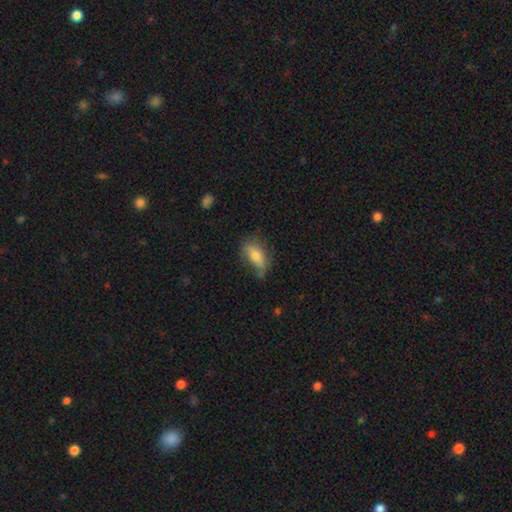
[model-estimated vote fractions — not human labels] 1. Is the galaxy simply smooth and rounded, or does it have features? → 66% smooth, 26% featured or disk, 8% star or artifact.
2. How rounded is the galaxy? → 85% in between, 9% cigar-shaped, 6% round.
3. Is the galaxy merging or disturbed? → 52% none, 31% minor disturbance, 13% major disturbance, 4% merger.